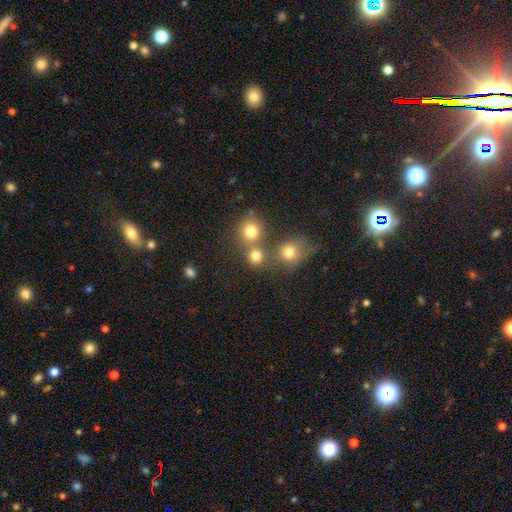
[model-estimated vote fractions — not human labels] Overall: smooth (79%). How rounded: round (87%). Merging: none (57%; merger 32%).